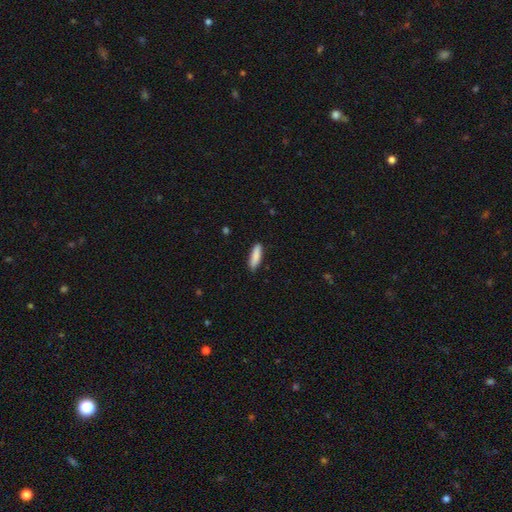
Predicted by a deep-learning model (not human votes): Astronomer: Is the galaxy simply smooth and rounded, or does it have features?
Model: smooth — 88%.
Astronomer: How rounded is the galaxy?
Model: cigar-shaped — 68%.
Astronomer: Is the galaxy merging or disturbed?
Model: none — 88%.